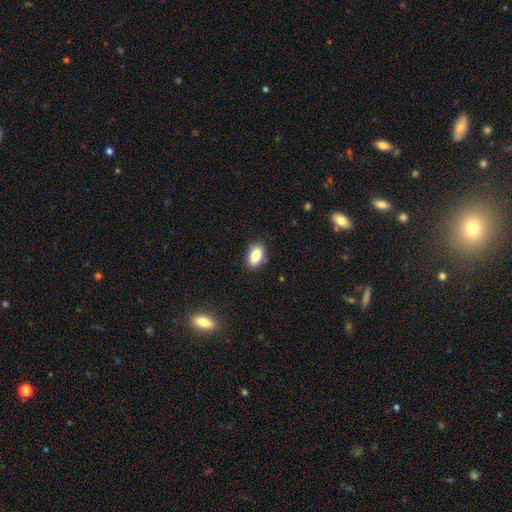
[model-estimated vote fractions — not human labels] smooth-or-featured: smooth: 85% | star or artifact: 8% | featured or disk: 7%
  how-rounded: in between: 90% | round: 8% | cigar-shaped: 3%
  merging: none: 85% | minor disturbance: 11% | major disturbance: 2% | merger: 1%